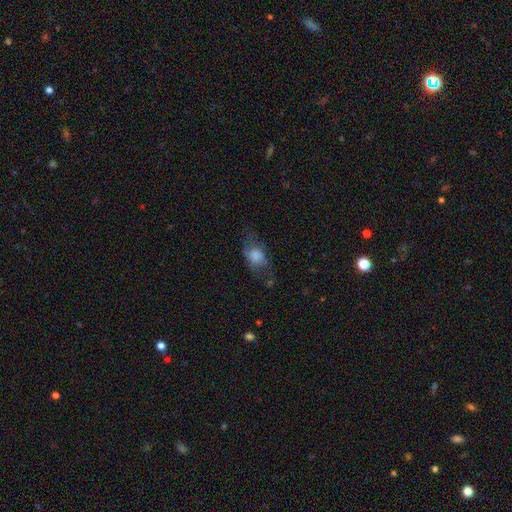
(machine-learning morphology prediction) Smooth or featured? Predicted: smooth (p=0.68). How rounded? Predicted: in between (p=0.78). Merging? Predicted: none (p=0.44).